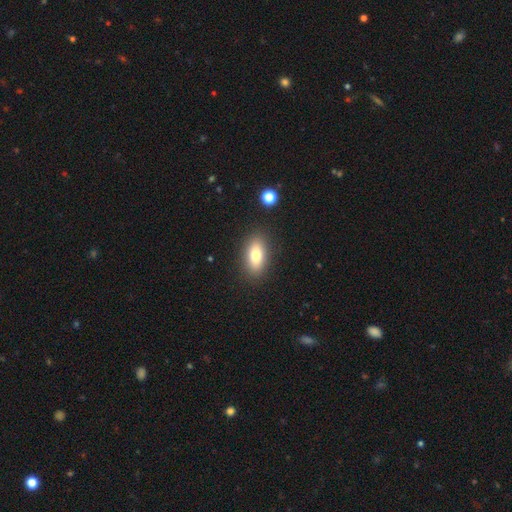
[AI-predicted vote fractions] The model was most divided on "smooth or featured": smooth: 77%, featured or disk: 15%, star or artifact: 8%. More confident: merging — none (87%); how rounded — in between (85%).